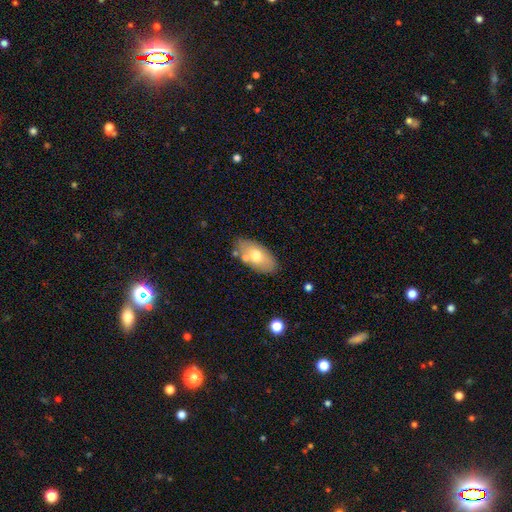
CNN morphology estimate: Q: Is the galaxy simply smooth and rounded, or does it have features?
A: smooth — 64%.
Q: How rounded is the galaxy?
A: in between — 92%.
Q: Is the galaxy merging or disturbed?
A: none — 74%.